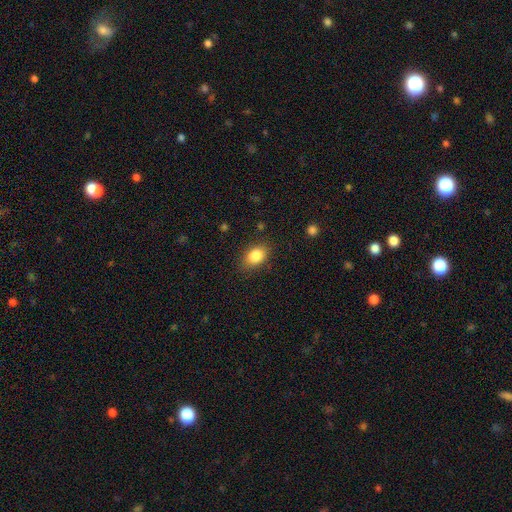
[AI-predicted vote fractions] A smooth galaxy with no disk features (85%) that is in between round and cigar-shaped (77%). Merging: none (83%).